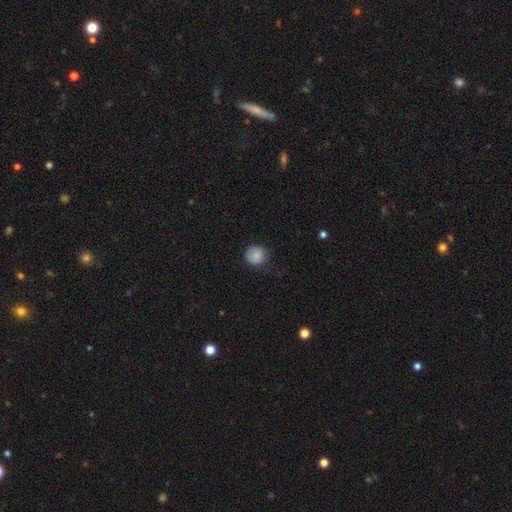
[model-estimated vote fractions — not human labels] Overall: smooth (86%). How rounded: round (90%). Merging: none (74%).